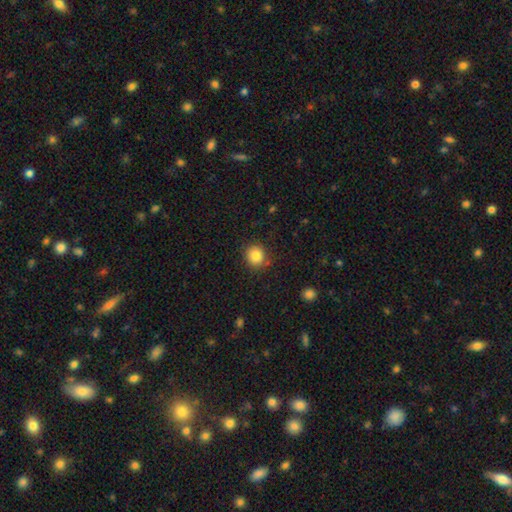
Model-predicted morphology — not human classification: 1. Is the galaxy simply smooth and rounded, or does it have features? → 84% smooth, 10% star or artifact, 5% featured or disk.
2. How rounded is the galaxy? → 86% round, 13% in between, 1% cigar-shaped.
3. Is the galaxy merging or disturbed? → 86% none, 10% minor disturbance, 3% major disturbance, 2% merger.